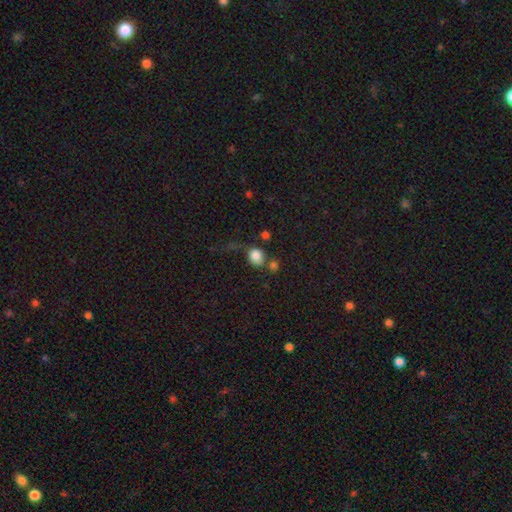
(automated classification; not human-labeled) Smooth or featured? smooth (83%)
How rounded? round (68%)
Merging? none (50%)